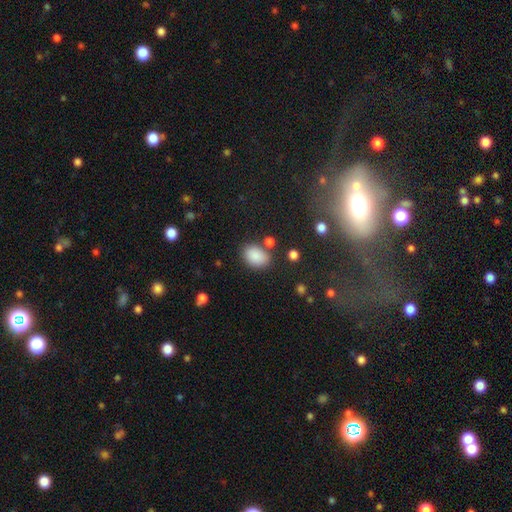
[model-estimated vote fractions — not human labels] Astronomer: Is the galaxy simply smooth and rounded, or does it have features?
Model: smooth — 86%.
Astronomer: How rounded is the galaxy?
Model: in between — 79%.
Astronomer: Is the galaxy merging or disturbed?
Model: none — 75%.